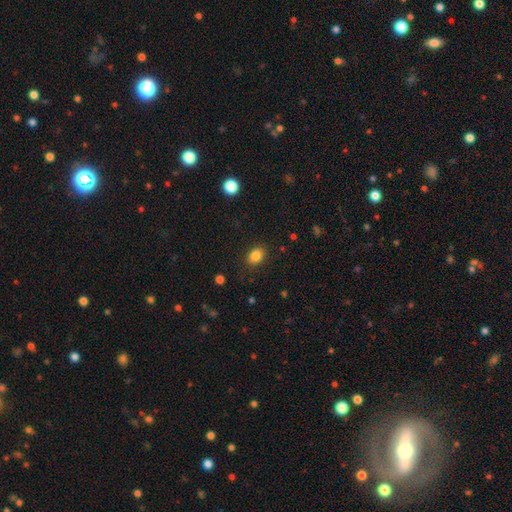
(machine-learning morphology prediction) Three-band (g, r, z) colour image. It shows a smooth galaxy with no disk features (85%) that is in between round and cigar-shaped (68%). Merging: none (87%).